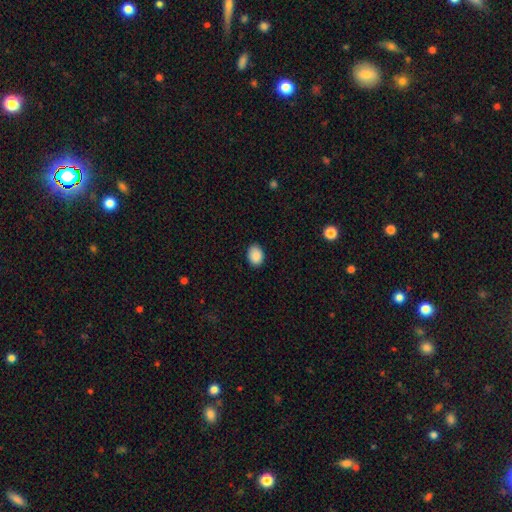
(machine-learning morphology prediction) This appears to be a smooth galaxy with no disk features (90%) that is in between round and cigar-shaped (65%). Merging: none (87%).